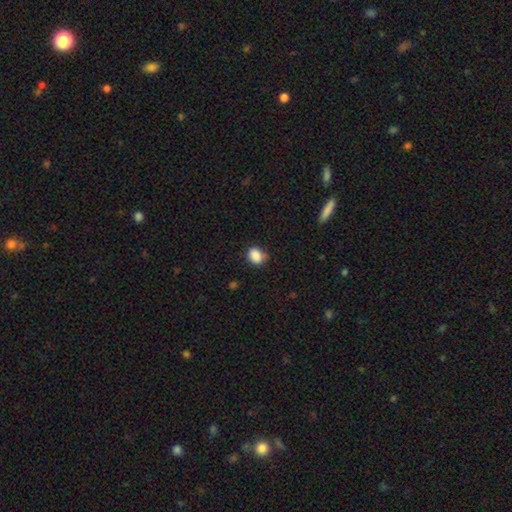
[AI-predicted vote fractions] This appears to be a smooth galaxy with no disk features (87%) that is in between round and cigar-shaped (58%). Merging: none (69%).